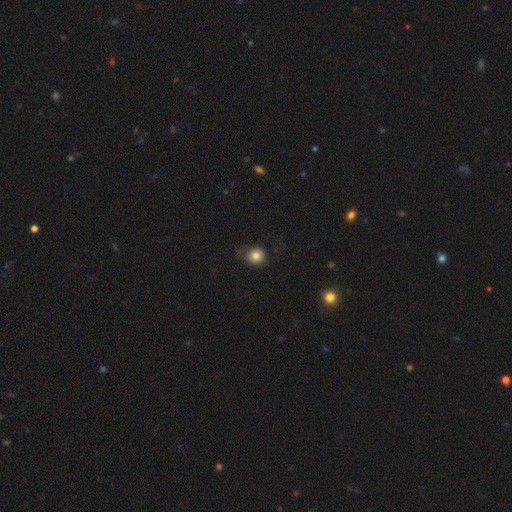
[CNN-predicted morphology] smooth_or_featured: smooth (p=0.83) [alt: star or artifact p=0.11]
how_rounded: round (p=0.86) [alt: in between p=0.13]
merging: none (p=0.76) [alt: minor disturbance p=0.19]